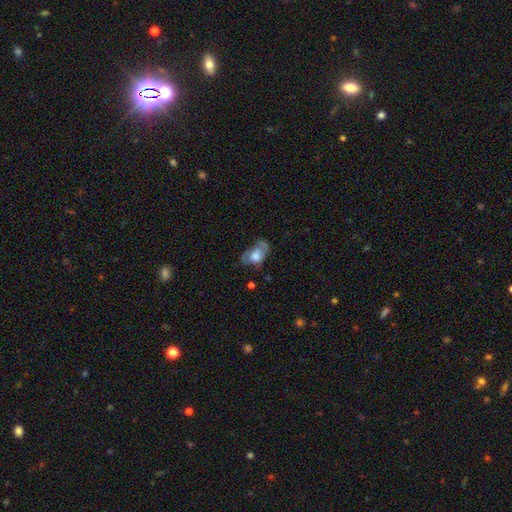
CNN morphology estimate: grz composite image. It shows a smooth galaxy with no disk features (53%) that is in between round and cigar-shaped (84%). Merging: none (35%).